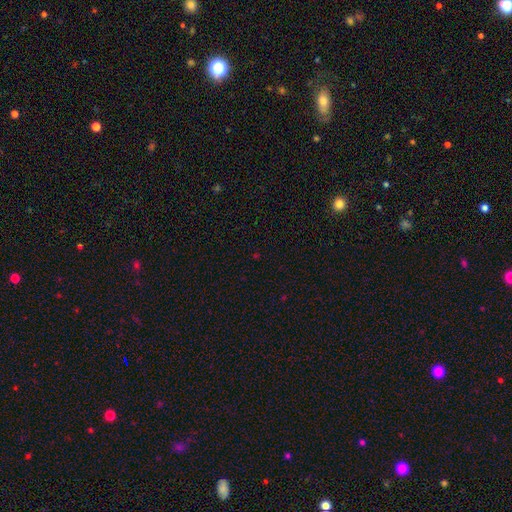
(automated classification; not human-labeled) Smooth or featured? star or artifact (65%)